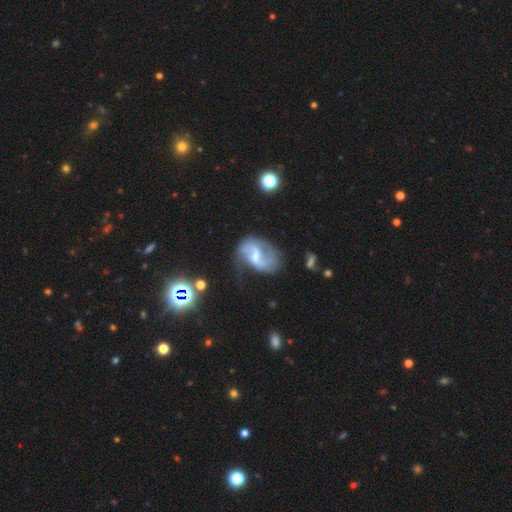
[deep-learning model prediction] smooth_or_featured: featured or disk (p=0.81) [alt: smooth p=0.12]
disk_edge_on: no (p=0.98) [alt: yes p=0.02]
bar: weak (p=0.56) [alt: no p=0.23]
has_spiral_arms: yes (p=0.92) [alt: no p=0.08]
spiral_winding: loose (p=0.49) [alt: medium p=0.40]
spiral_arm_count: 2 (p=0.82) [alt: can't tell p=0.07]
bulge_size: small (p=0.48) [alt: moderate p=0.31]
merging: none (p=0.50) [alt: minor disturbance p=0.25]